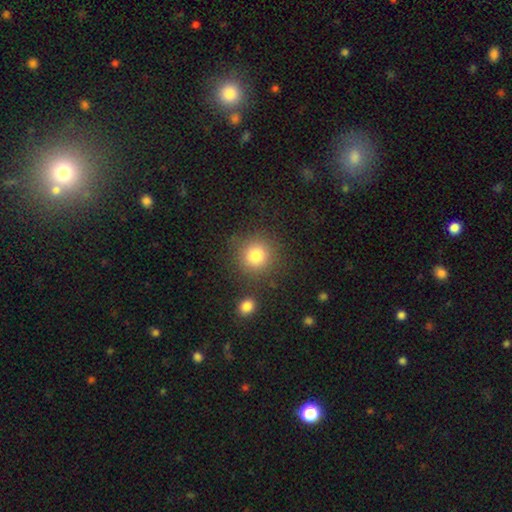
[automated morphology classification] Smooth or featured?
  - smooth: 81% *
  - star or artifact: 12%
  - featured or disk: 7%
How rounded?
  - round: 91% *
  - in between: 8%
  - cigar-shaped: 1%
Merging?
  - none: 82% *
  - minor disturbance: 9%
  - merger: 5%
  - major disturbance: 4%